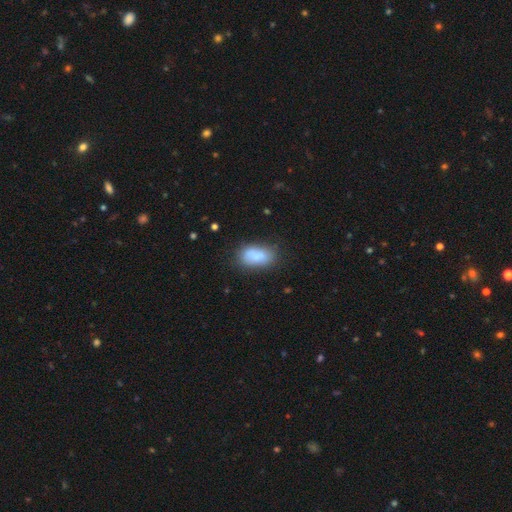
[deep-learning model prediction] The model was most divided on "merging": none: 68%, minor disturbance: 21%, major disturbance: 7%, merger: 5%. More confident: how rounded — in between (91%); smooth or featured — smooth (82%).